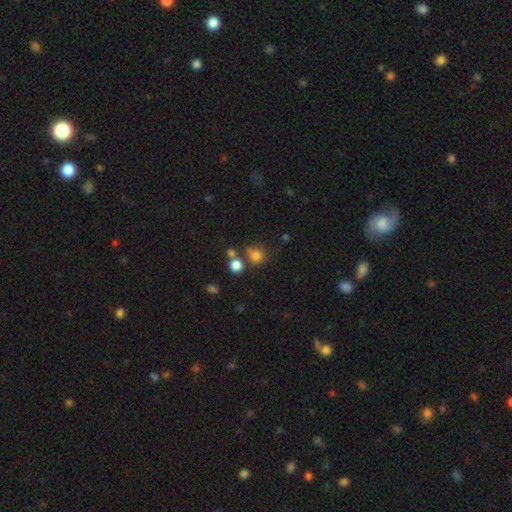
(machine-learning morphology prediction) smooth 77%, star or artifact 15%, featured or disk 8%. Down the decision tree: how rounded — round (84%); merging — none (59%).